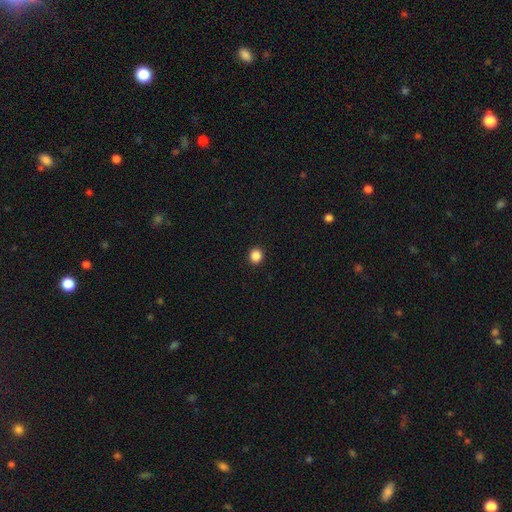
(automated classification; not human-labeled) This is clearly a smooth galaxy (87%). How rounded: clearly round (91%). Merging: clearly none (94%).